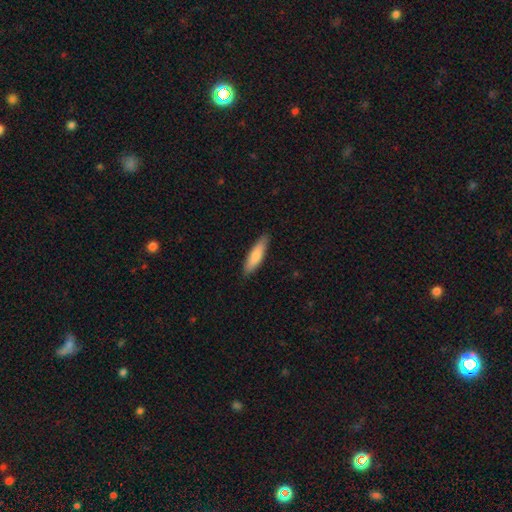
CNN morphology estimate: This is clearly a smooth galaxy (82%). How rounded: likely cigar-shaped (70%). Merging: clearly none (87%).